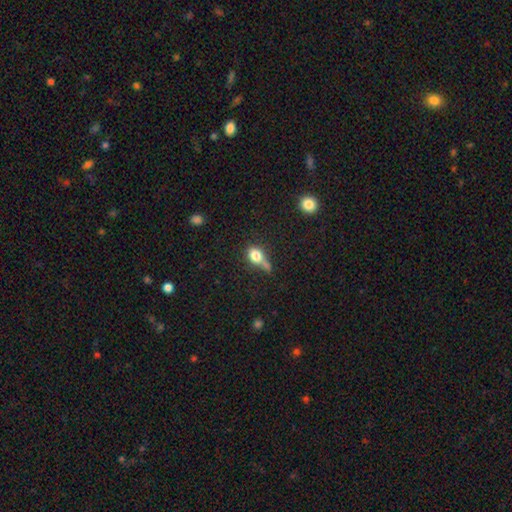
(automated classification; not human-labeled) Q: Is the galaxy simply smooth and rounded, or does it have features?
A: smooth — 79%.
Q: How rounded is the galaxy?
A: in between — 59%.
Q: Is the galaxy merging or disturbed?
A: none — 37%.